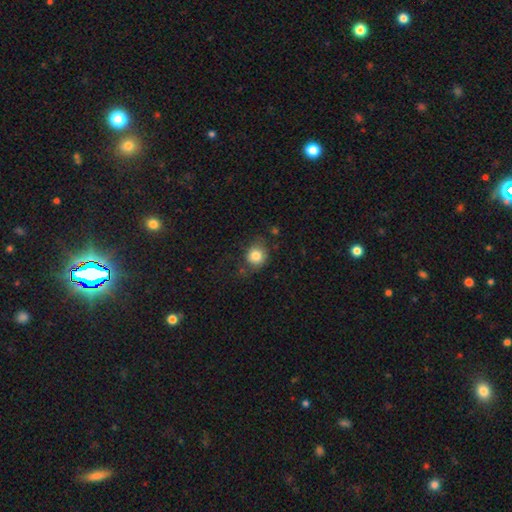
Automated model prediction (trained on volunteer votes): Smooth or featured? smooth (82%)
How rounded? round (75%)
Merging? none (65%)